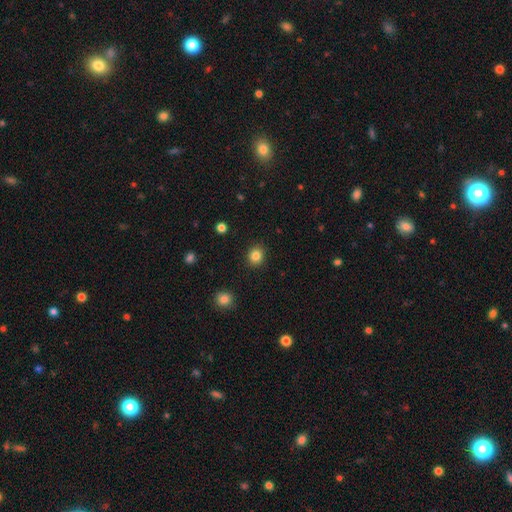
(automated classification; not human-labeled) Morphology: type=smooth (84%); roundness=round (82%); merging=none (91%).